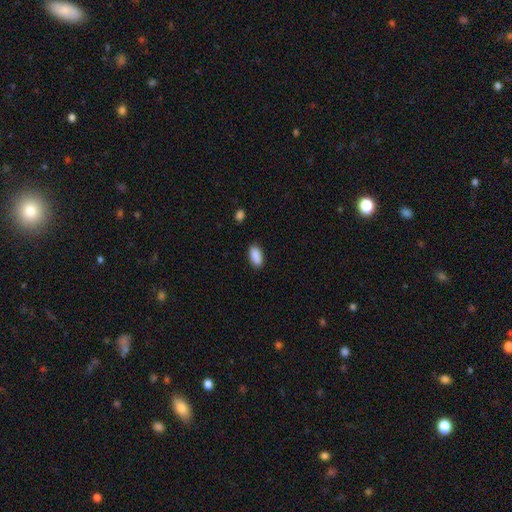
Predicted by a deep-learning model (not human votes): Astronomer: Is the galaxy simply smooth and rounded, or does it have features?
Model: smooth — 90%.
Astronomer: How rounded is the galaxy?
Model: in between — 89%.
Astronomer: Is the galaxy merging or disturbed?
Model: none — 87%.